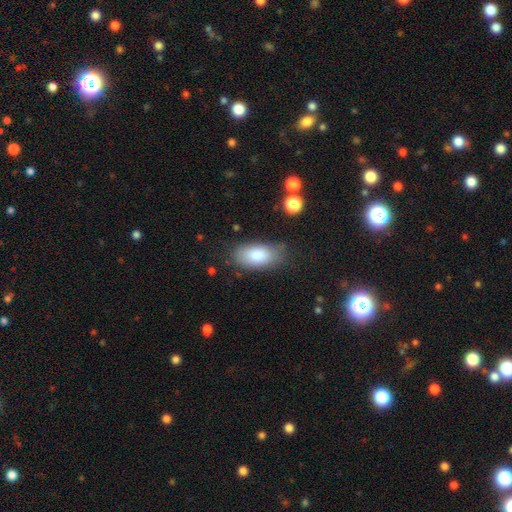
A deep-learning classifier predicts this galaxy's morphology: Smooth or featured?
  - smooth: 82% *
  - featured or disk: 11%
  - star or artifact: 7%
How rounded?
  - in between: 92% *
  - cigar-shaped: 5%
  - round: 3%
Merging?
  - none: 74% *
  - minor disturbance: 18%
  - major disturbance: 5%
  - merger: 2%